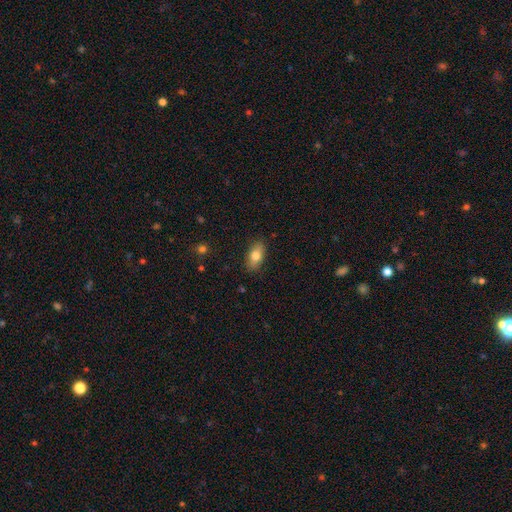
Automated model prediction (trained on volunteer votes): Q: Smooth or featured?
A: smooth (79%); runner-up: featured or disk (14%)
Q: How rounded?
A: in between (89%); runner-up: round (6%)
Q: Merging?
A: none (86%); runner-up: minor disturbance (11%)